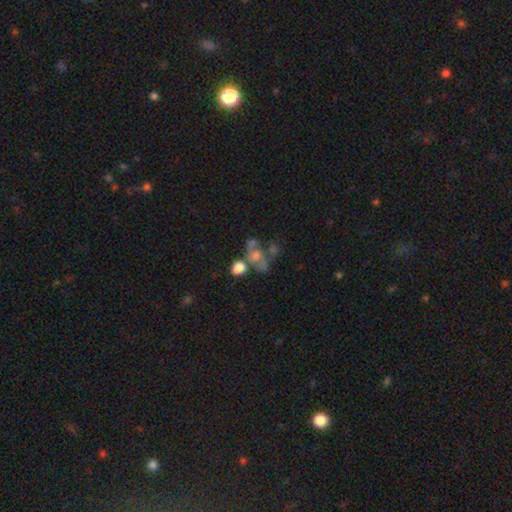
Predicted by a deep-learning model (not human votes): Smooth or featured?
  - smooth: 46% *
  - featured or disk: 37%
  - star or artifact: 18%
Merging?
  - merger: 36% *
  - none: 30%
  - major disturbance: 20%
  - minor disturbance: 14%